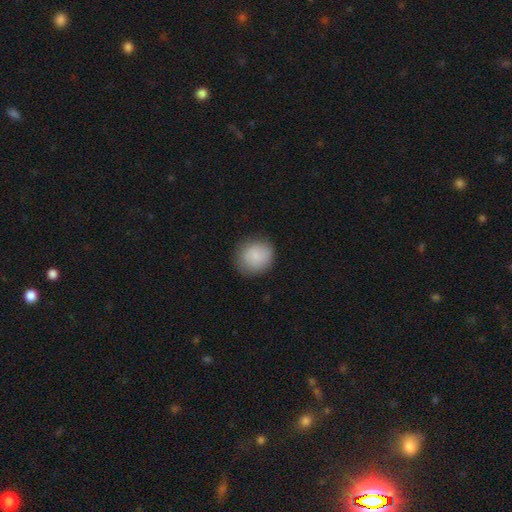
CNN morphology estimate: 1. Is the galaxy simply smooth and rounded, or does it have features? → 86% smooth, 7% featured or disk, 7% star or artifact.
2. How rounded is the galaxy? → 85% round, 14% in between, 1% cigar-shaped.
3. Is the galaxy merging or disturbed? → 83% none, 12% minor disturbance, 3% major disturbance, 1% merger.